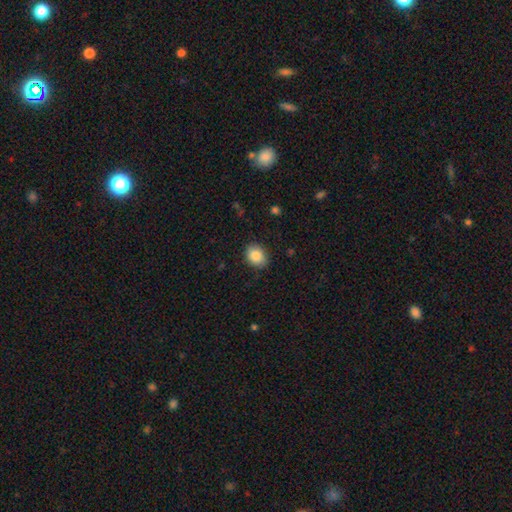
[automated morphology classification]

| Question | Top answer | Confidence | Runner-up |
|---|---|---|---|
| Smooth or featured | smooth | 86% | star or artifact (8%) |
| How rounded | in between | 53% | round (46%) |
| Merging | none | 87% | minor disturbance (10%) |